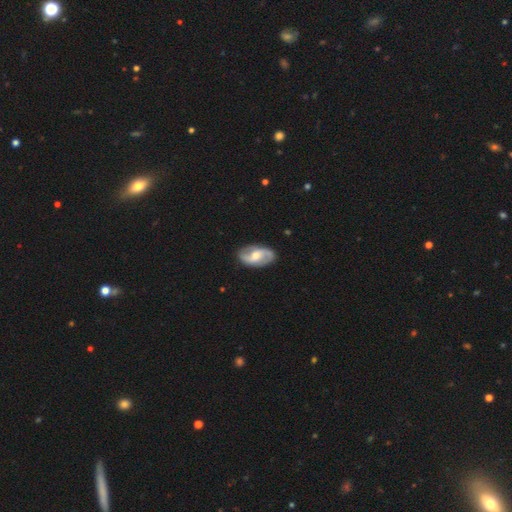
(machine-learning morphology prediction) This appears to be a featured or disk galaxy (78%) with a weak bar (46%), 2 (91%) medium (42%) spiral arms (92%) and a moderate central bulge (63%). Merging: none (85%).